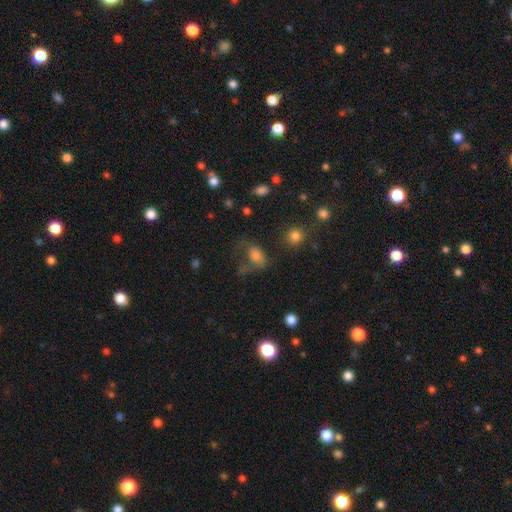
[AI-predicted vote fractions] This is likely a smooth galaxy (66%). How rounded: likely in between (73%). Merging: marginally major disturbance (37%).